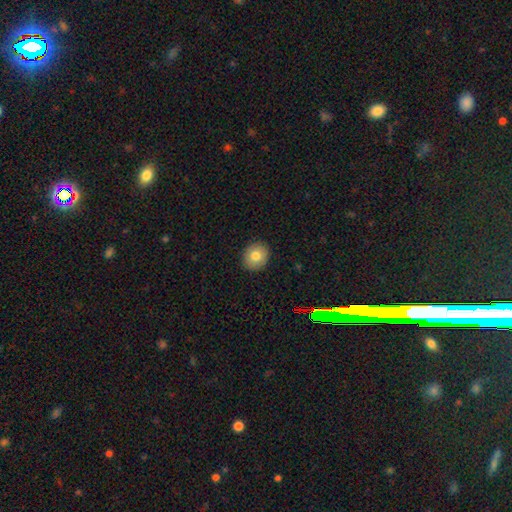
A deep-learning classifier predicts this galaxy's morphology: smooth-or-featured: smooth: 79% | featured or disk: 12% | star or artifact: 9%
  how-rounded: round: 73% | in between: 26% | cigar-shaped: 1%
  merging: none: 91% | minor disturbance: 7% | major disturbance: 2% | merger: 1%